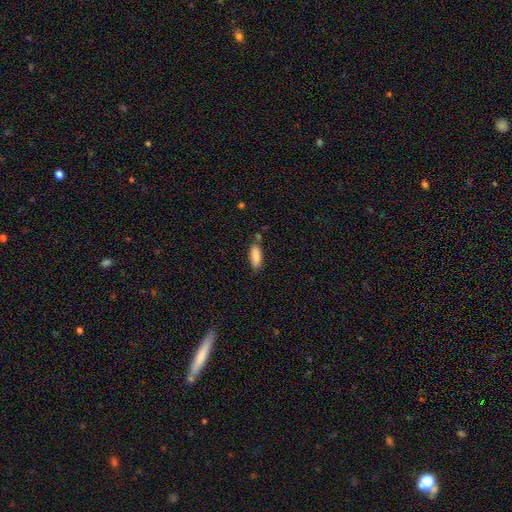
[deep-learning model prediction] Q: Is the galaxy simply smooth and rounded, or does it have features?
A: smooth — 86%.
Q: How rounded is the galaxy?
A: in between — 75%.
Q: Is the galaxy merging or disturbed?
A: none — 71%.